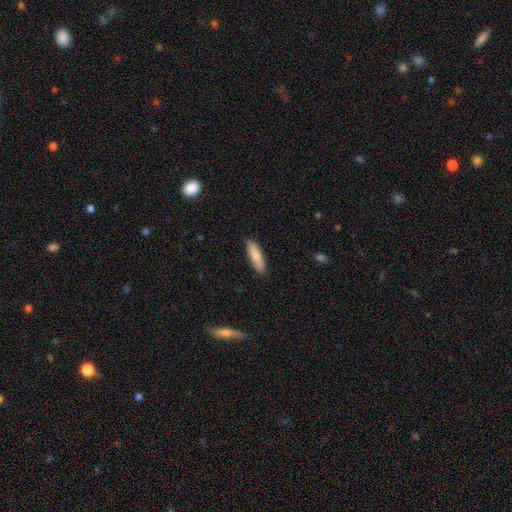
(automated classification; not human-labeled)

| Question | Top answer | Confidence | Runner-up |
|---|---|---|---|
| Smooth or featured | smooth | 86% | featured or disk (9%) |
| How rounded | cigar-shaped | 61% | in between (37%) |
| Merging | none | 86% | minor disturbance (11%) |